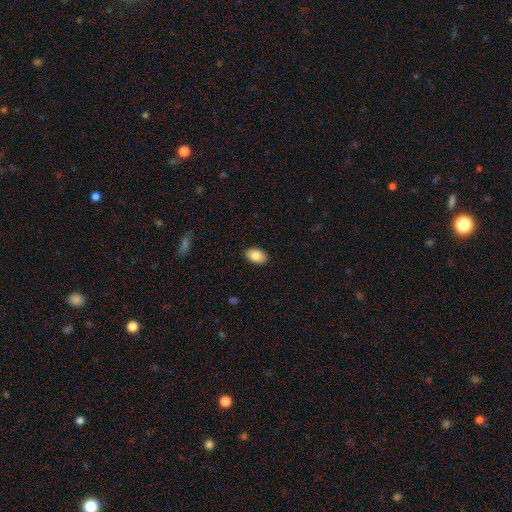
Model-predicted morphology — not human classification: smooth-or-featured: smooth: 87% | star or artifact: 7% | featured or disk: 6%
  how-rounded: in between: 90% | round: 9% | cigar-shaped: 1%
  merging: none: 89% | minor disturbance: 8% | major disturbance: 2% | merger: 1%